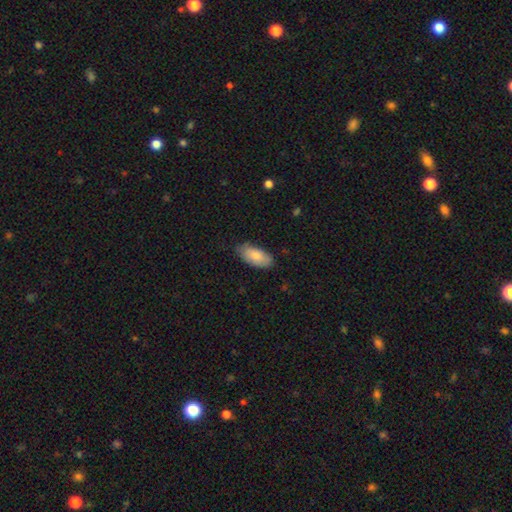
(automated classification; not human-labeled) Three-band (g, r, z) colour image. It shows a smooth galaxy with no disk features (82%) that is in between round and cigar-shaped (92%). Merging: none (73%).